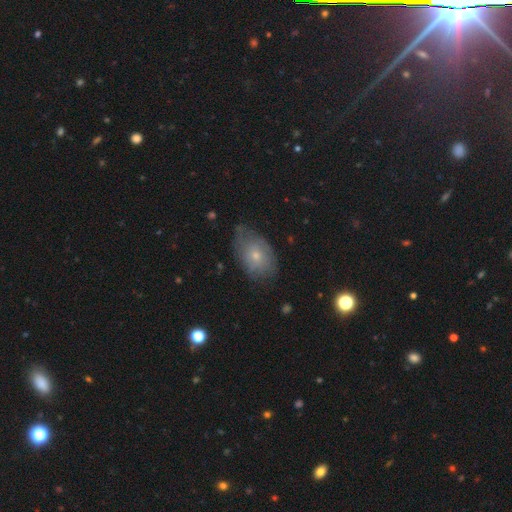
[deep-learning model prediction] This appears to be a smooth galaxy with no disk features (53%) that is in between round and cigar-shaped (85%). Merging: none (58%).